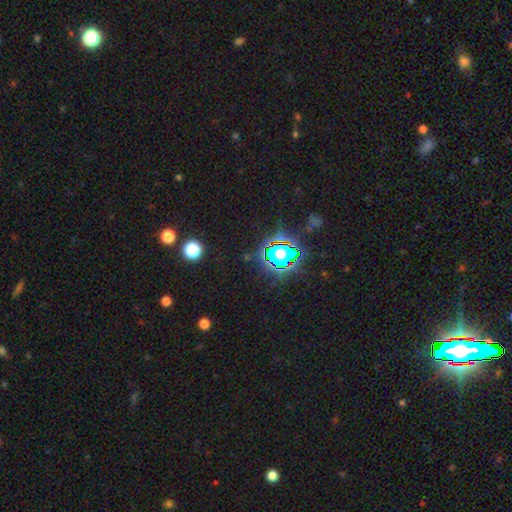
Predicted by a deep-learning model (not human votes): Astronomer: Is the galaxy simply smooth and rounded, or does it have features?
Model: star or artifact — 80%.